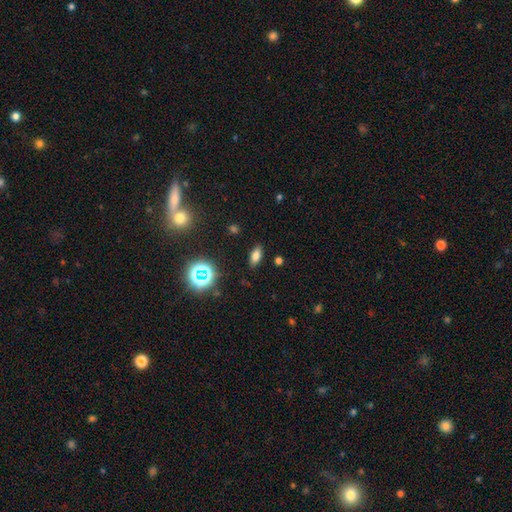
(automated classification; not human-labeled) Morphology: type=smooth (71%); roundness=in between (81%); merging=none (87%).